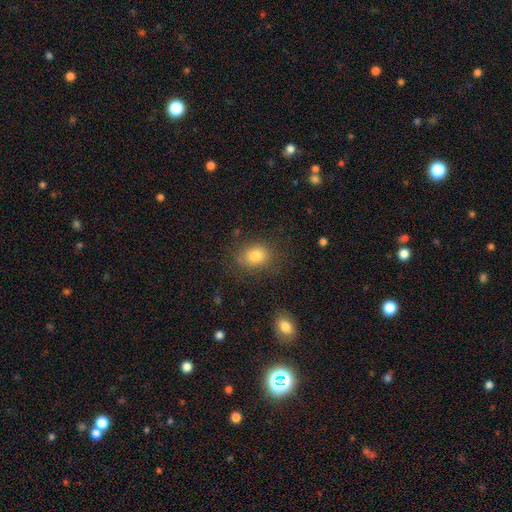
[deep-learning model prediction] This is clearly a smooth galaxy (81%). How rounded: possibly in between (52%). Merging: likely none (78%).